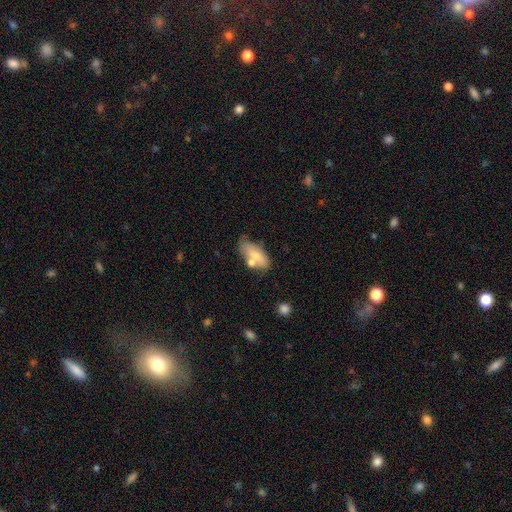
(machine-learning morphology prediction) smooth_or_featured: smooth (p=0.68) [alt: featured or disk p=0.25]
how_rounded: in between (p=0.85) [alt: cigar-shaped p=0.12]
merging: none (p=0.51) [alt: merger p=0.21]